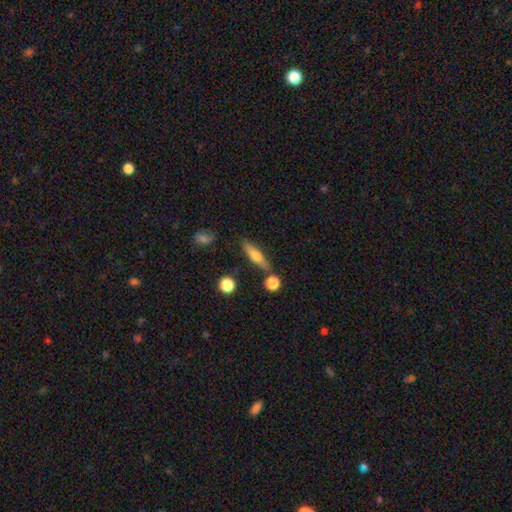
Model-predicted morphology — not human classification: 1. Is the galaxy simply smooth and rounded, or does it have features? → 52% smooth, 40% featured or disk, 7% star or artifact.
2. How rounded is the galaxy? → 70% cigar-shaped, 26% in between, 4% round.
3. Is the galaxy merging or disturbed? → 77% none, 12% minor disturbance, 7% merger, 3% major disturbance.